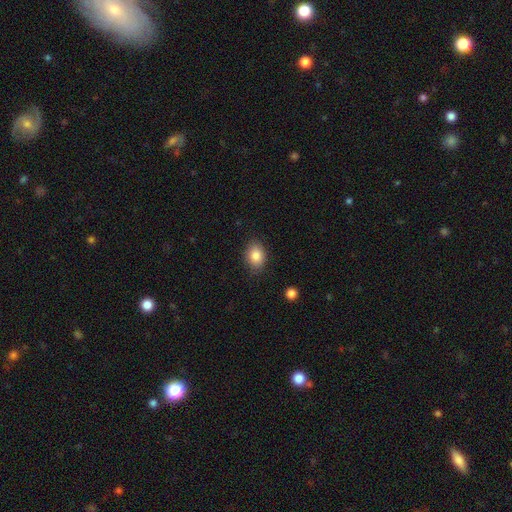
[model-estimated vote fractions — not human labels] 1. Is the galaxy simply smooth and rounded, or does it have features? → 84% smooth, 9% star or artifact, 8% featured or disk.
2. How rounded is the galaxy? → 72% in between, 27% round, 1% cigar-shaped.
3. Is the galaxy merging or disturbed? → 84% none, 12% minor disturbance, 3% major disturbance, 1% merger.